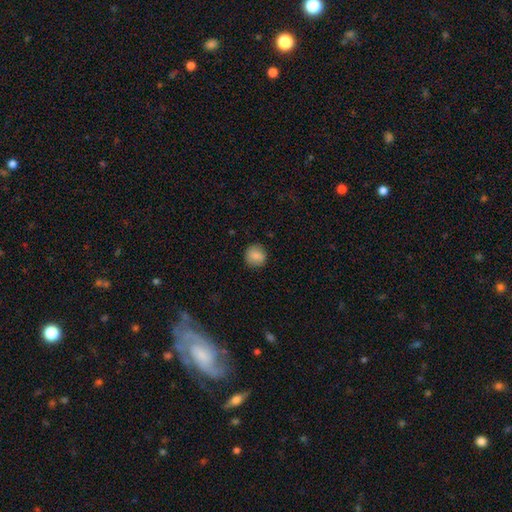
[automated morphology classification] This is clearly a smooth galaxy (84%). How rounded: clearly round (91%). Merging: clearly none (88%).